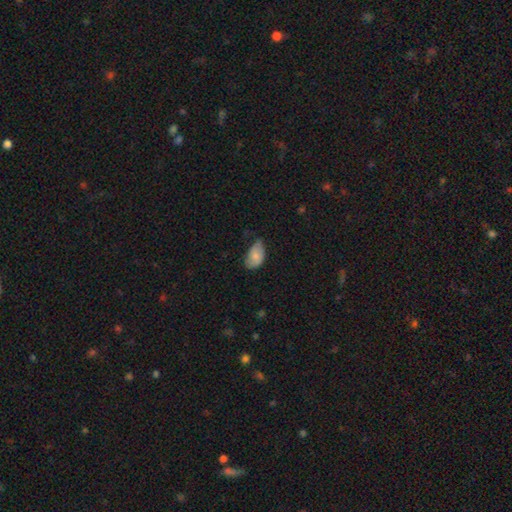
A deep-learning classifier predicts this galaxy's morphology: A smooth galaxy with no disk features (78%) that is in between round and cigar-shaped (92%). Merging: minor disturbance (45%).